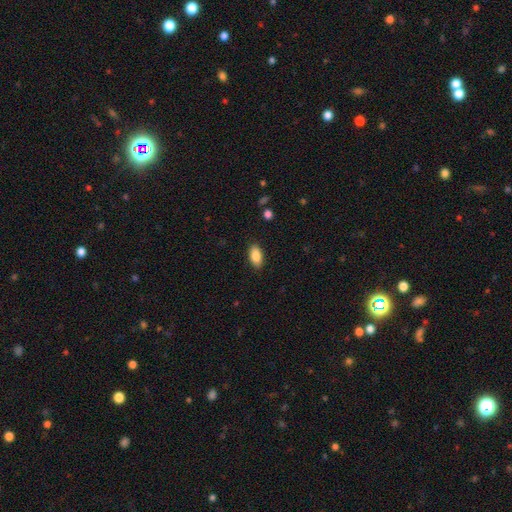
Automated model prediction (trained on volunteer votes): Smooth or featured?
  - smooth: 87% *
  - star or artifact: 7%
  - featured or disk: 6%
How rounded?
  - in between: 91% *
  - cigar-shaped: 5%
  - round: 3%
Merging?
  - none: 88% *
  - minor disturbance: 9%
  - major disturbance: 2%
  - merger: 1%